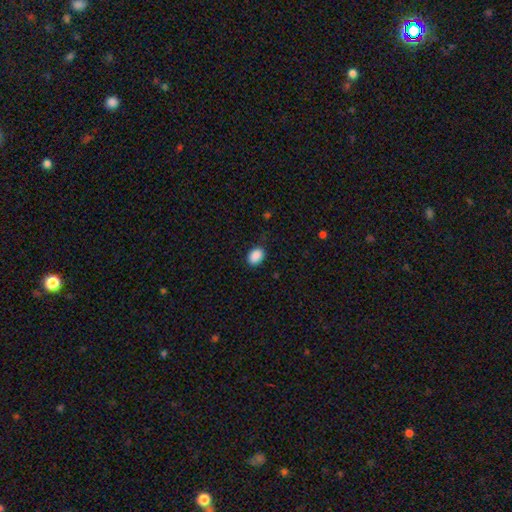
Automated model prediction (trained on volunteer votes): The model was most divided on "how rounded": in between: 77%, round: 22%, cigar-shaped: 1%. More confident: smooth or featured — smooth (90%); merging — none (84%).